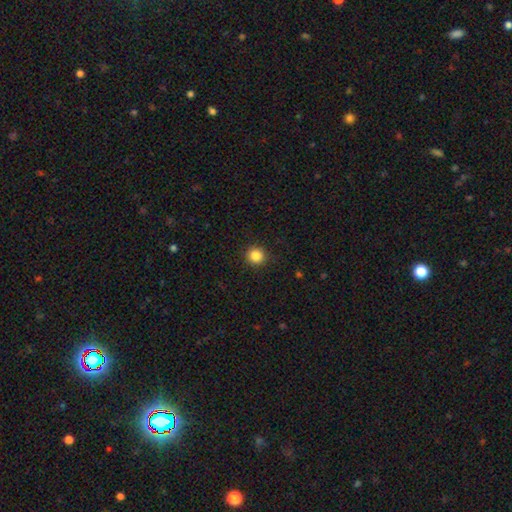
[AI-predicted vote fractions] The model was most divided on "smooth or featured": smooth: 85%, star or artifact: 11%, featured or disk: 4%. More confident: how rounded — round (93%); merging — none (91%).